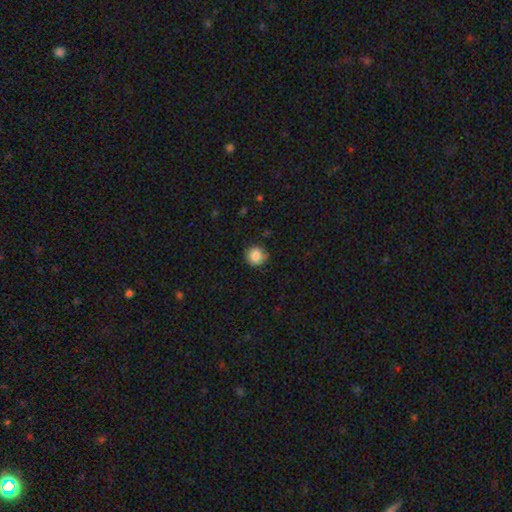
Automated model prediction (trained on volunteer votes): Q: Smooth or featured?
A: smooth (82%); runner-up: featured or disk (9%)
Q: How rounded?
A: round (86%); runner-up: in between (13%)
Q: Merging?
A: none (74%); runner-up: minor disturbance (21%)